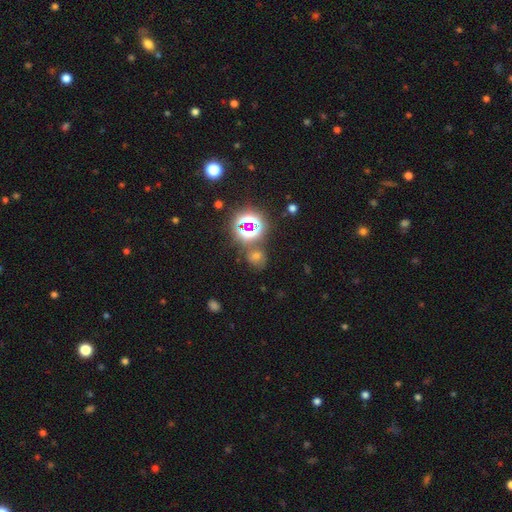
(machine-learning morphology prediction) smooth-or-featured: star or artifact: 54% | smooth: 34% | featured or disk: 12%